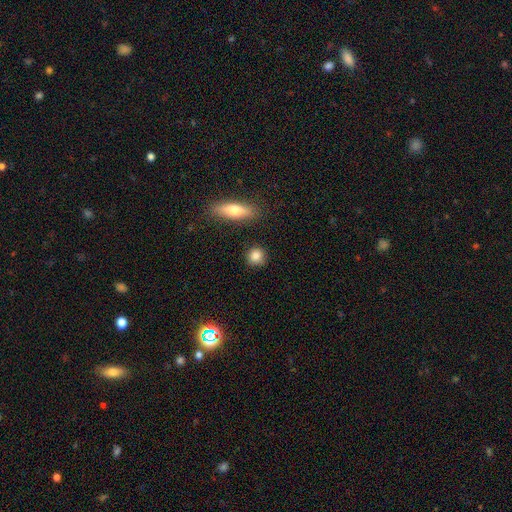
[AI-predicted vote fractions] Smooth or featured? smooth (84%)
How rounded? round (85%)
Merging? none (85%)